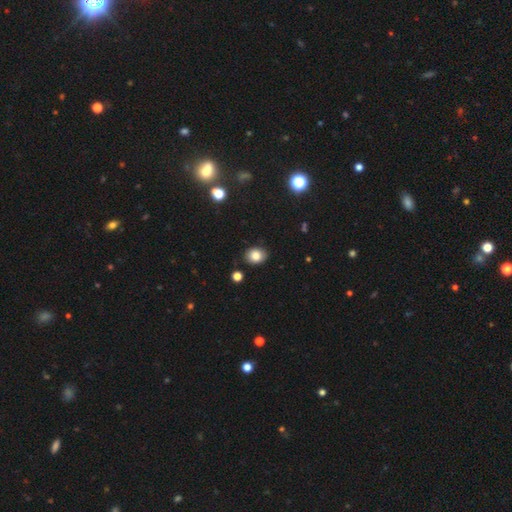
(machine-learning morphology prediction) A smooth galaxy with no disk features (82%) that is in between round and cigar-shaped (54%). Merging: none (87%).